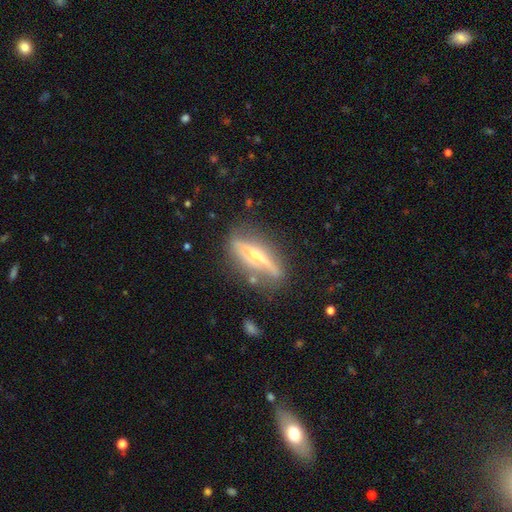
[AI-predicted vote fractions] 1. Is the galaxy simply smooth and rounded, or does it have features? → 72% featured or disk, 22% smooth, 7% star or artifact.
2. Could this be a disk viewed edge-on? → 83% yes, 17% no.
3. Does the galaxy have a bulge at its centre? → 83% rounded, 10% none, 6% boxy.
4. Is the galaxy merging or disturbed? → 70% none, 19% minor disturbance, 7% major disturbance, 4% merger.